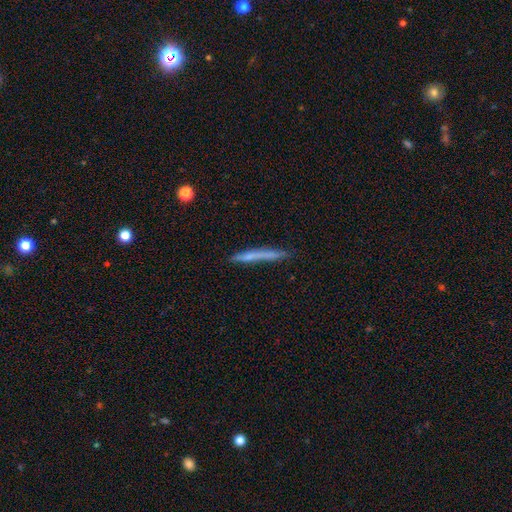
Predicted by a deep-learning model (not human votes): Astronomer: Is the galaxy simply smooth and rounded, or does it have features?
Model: smooth — 61%.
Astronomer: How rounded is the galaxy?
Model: cigar-shaped — 97%.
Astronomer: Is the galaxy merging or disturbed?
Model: none — 83%.